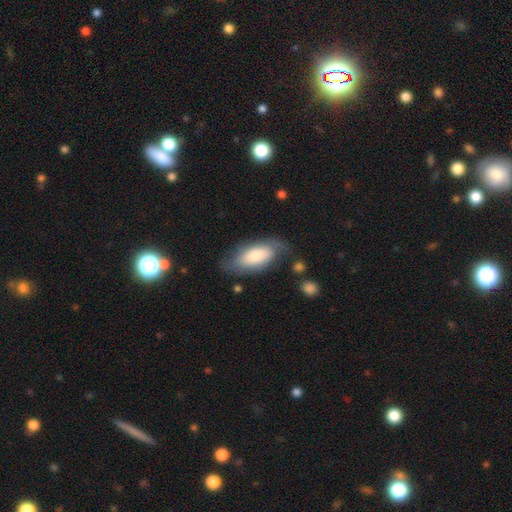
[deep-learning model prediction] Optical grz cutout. It shows a smooth galaxy with no disk features (68%) that is in between round and cigar-shaped (90%). Merging: none (61%).